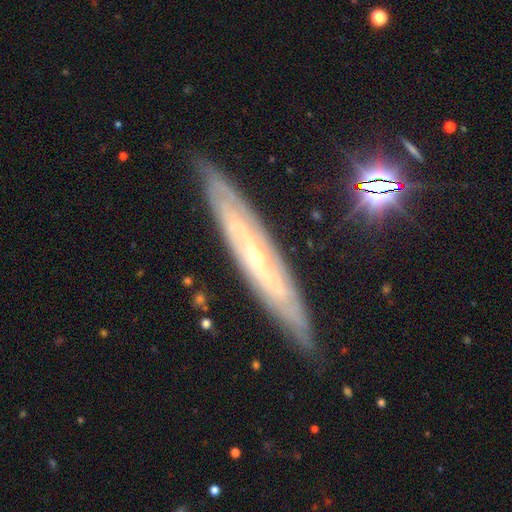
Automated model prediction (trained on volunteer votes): featured or disk 81%, smooth 11%, star or artifact 7%. Down the decision tree: edge-on disk — no (56%); merging — none (85%).